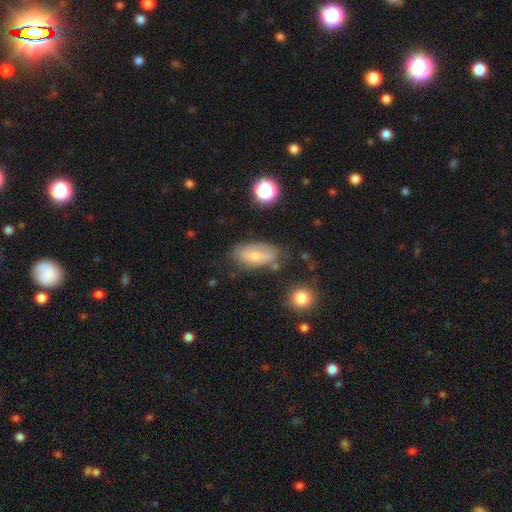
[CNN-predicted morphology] Q: Smooth or featured?
A: smooth (59%); runner-up: featured or disk (31%)
Q: How rounded?
A: in between (88%); runner-up: cigar-shaped (6%)
Q: Merging?
A: none (60%); runner-up: minor disturbance (25%)